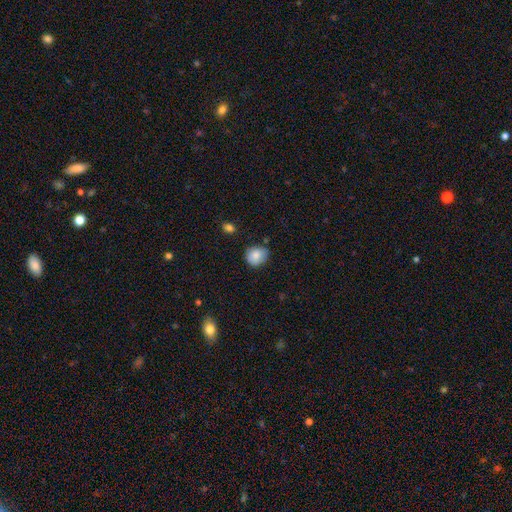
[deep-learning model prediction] Smooth or featured? smooth (82%)
How rounded? round (74%)
Merging? none (71%)